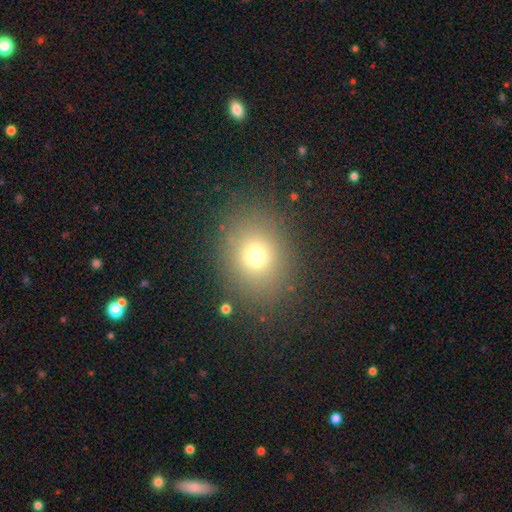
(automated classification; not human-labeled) Smooth or featured: smooth — 71% (star or artifact — 18%)
How rounded: round — 63% (in between — 36%)
Merging: none — 84% (minor disturbance — 9%)